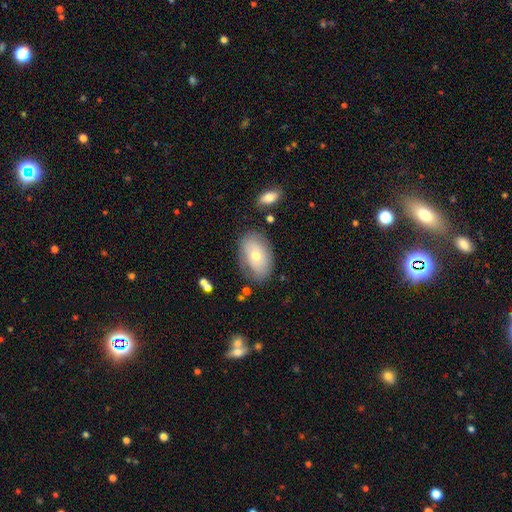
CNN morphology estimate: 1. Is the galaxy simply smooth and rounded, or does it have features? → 60% smooth, 32% featured or disk, 8% star or artifact.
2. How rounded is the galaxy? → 90% in between, 9% round, 1% cigar-shaped.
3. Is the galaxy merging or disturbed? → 74% none, 18% minor disturbance, 5% major disturbance, 3% merger.